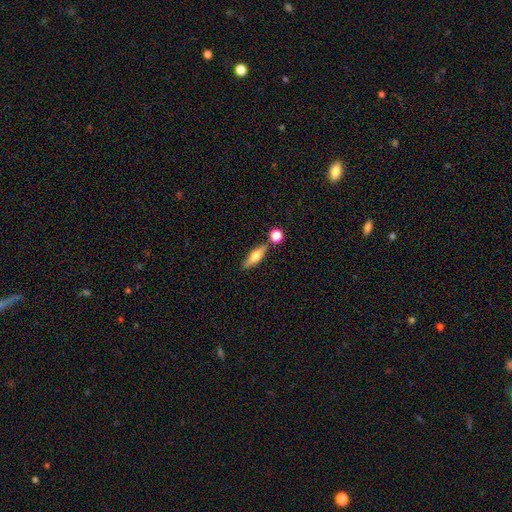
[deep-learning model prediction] smooth 51%, featured or disk 42%, star or artifact 8%. Down the decision tree: how rounded — cigar-shaped (55%); merging — none (75%).